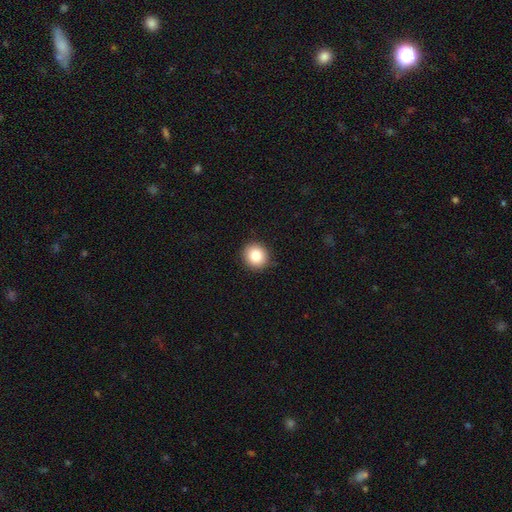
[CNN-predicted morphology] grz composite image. It shows a smooth galaxy with no disk features (84%) that is round (87%). Merging: none (90%).